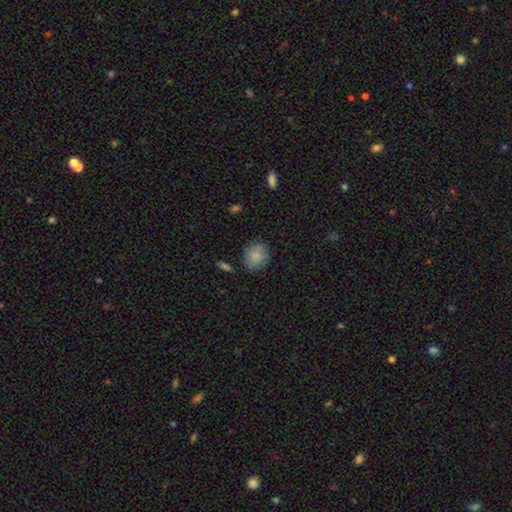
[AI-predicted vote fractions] A smooth galaxy with no disk features (86%) that is round (63%). Merging: none (81%).